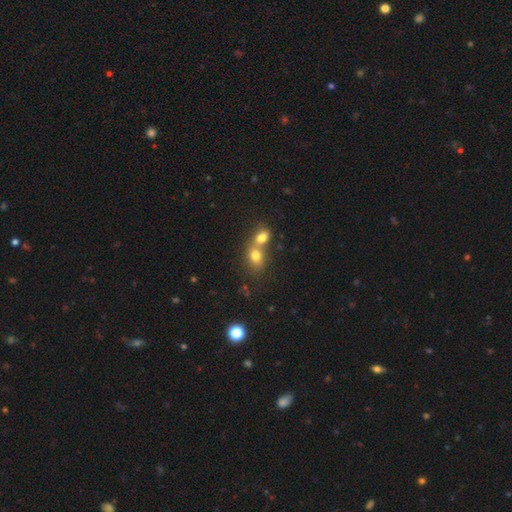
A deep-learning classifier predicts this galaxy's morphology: Overall: smooth (76%). How rounded: in between (55%; round 44%). Merging: merger (67%).